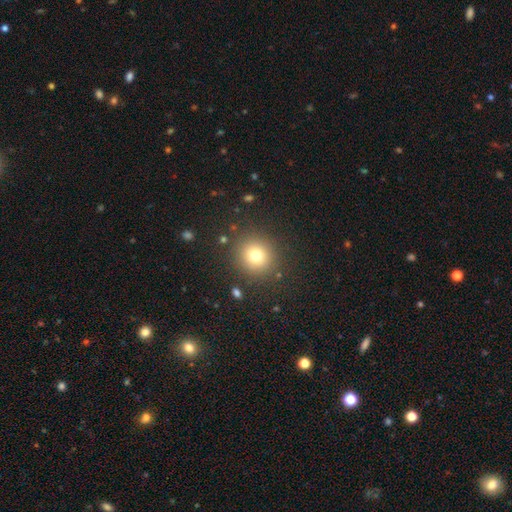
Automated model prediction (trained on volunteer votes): This is likely a smooth galaxy (74%). How rounded: clearly round (91%). Merging: clearly none (87%).